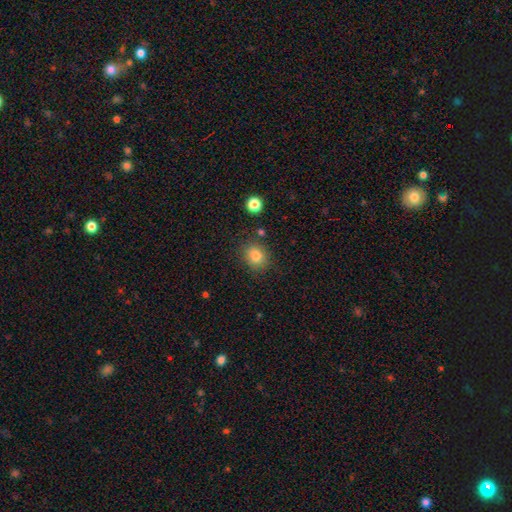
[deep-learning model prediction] Smooth or featured? Predicted: smooth (p=0.84). How rounded? Predicted: round (p=0.62). Merging? Predicted: none (p=0.82).